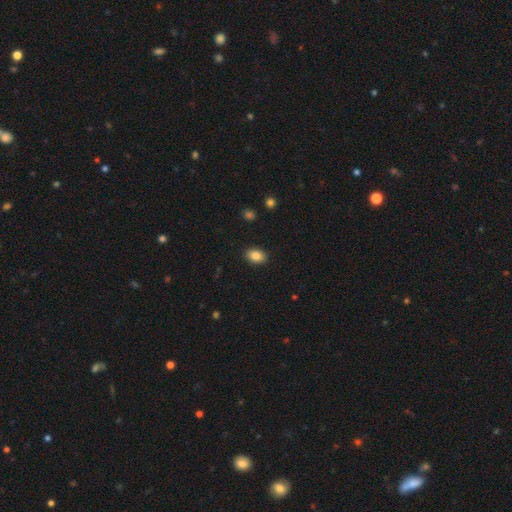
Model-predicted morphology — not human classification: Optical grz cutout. It shows a smooth galaxy with no disk features (87%) that is in between round and cigar-shaped (80%). Merging: none (89%).